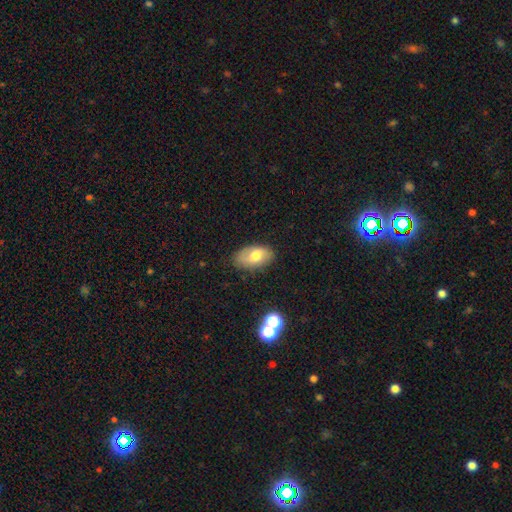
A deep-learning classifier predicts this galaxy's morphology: smooth_or_featured: smooth (p=0.66) [alt: featured or disk p=0.26]
how_rounded: in between (p=0.93) [alt: round p=0.05]
merging: none (p=0.79) [alt: minor disturbance p=0.16]